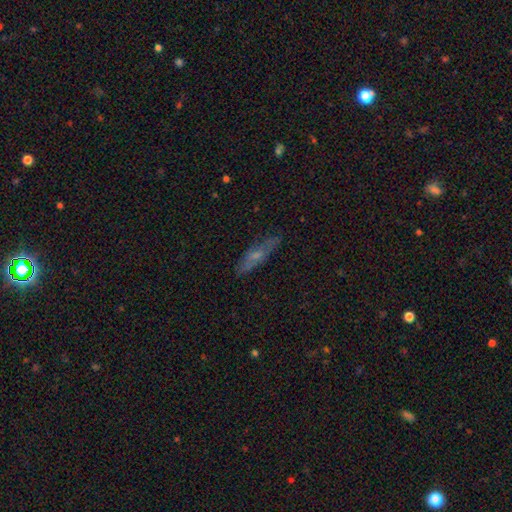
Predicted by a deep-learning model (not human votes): Smooth or featured?
  - featured or disk: 49% *
  - smooth: 41%
  - star or artifact: 10%
Merging?
  - none: 81% *
  - minor disturbance: 14%
  - major disturbance: 3%
  - merger: 2%